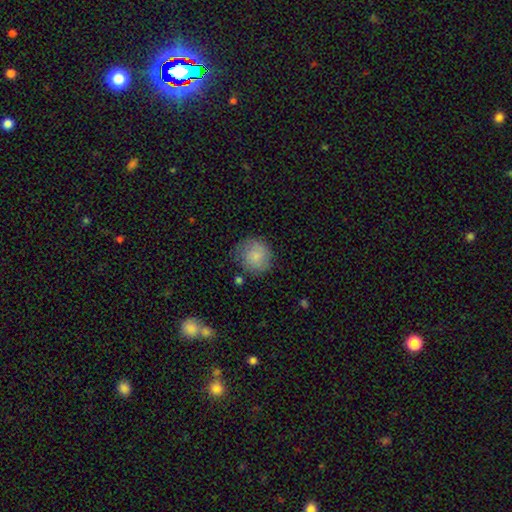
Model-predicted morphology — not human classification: A smooth galaxy with no disk features (81%) that is round (87%).

Vote fractions:
- Smooth or featured? smooth: 81% / featured or disk: 12% / star or artifact: 7%
- How rounded? round: 87% / in between: 12% / cigar-shaped: 1%
- Merging? none: 67% / minor disturbance: 23% / major disturbance: 7% / merger: 3%